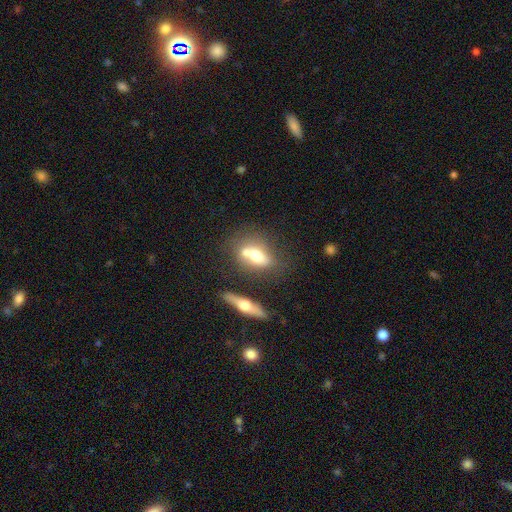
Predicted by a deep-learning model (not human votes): Morphology: type=smooth (57%); roundness=in between (69%); merging=merger (49%).